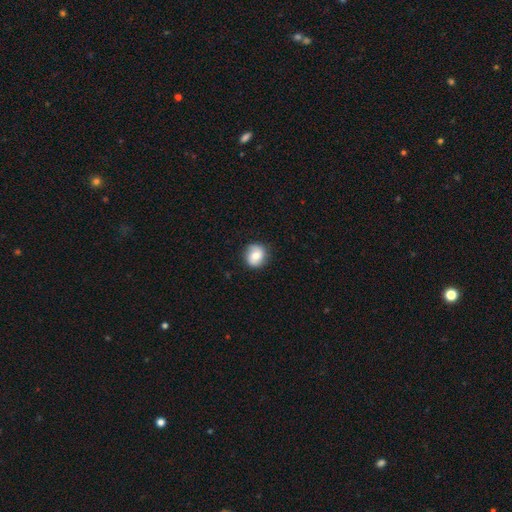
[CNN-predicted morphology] Smooth or featured: smooth — 67% (featured or disk — 24%)
How rounded: round — 84% (in between — 15%)
Merging: none — 84% (minor disturbance — 12%)